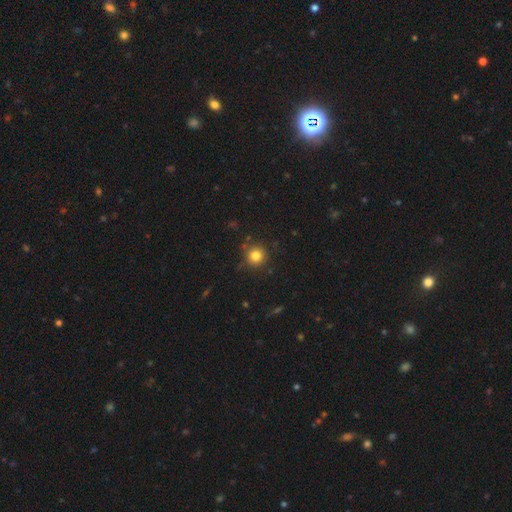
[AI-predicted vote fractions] Smooth or featured: smooth — 81% (star or artifact — 13%)
How rounded: round — 94% (in between — 5%)
Merging: none — 85% (minor disturbance — 9%)